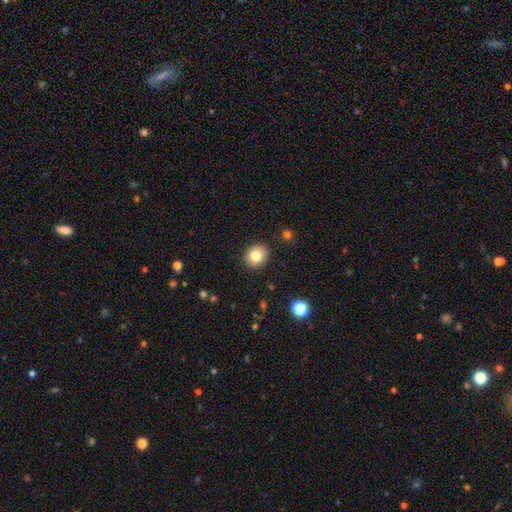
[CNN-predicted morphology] Smooth or featured? Predicted: smooth (p=0.81). How rounded? Predicted: round (p=0.79). Merging? Predicted: none (p=0.91).